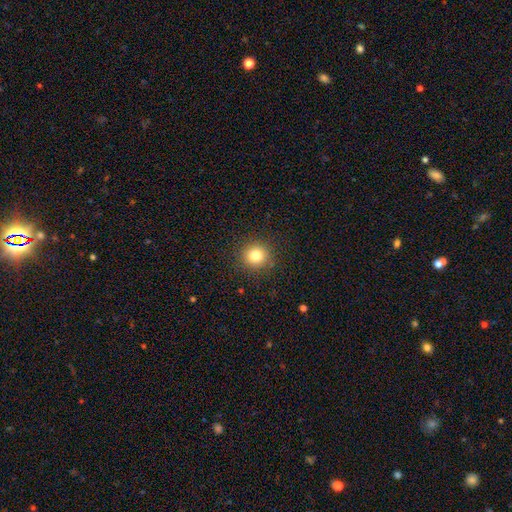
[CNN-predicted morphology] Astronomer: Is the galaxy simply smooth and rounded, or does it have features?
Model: smooth — 81%.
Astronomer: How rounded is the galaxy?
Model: round — 92%.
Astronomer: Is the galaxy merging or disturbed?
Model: none — 90%.